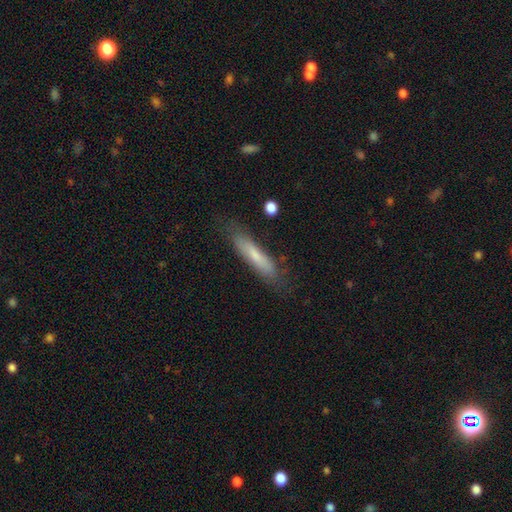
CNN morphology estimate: This appears to be a smooth galaxy with no disk features (65%) that is cigar-shaped (84%). Merging: none (76%).